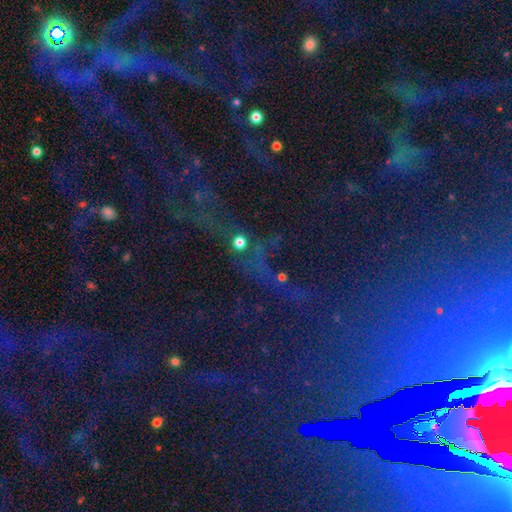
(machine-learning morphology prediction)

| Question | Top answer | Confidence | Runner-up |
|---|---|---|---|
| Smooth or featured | star or artifact | 80% | smooth (11%) |